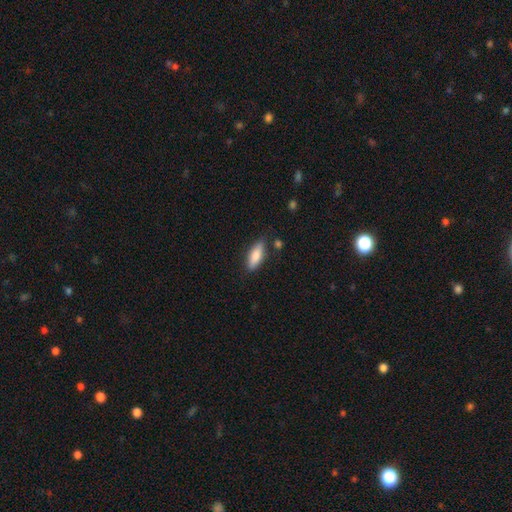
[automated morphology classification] Overall: smooth (83%). How rounded: in between (65%; cigar-shaped 33%). Merging: none (78%).